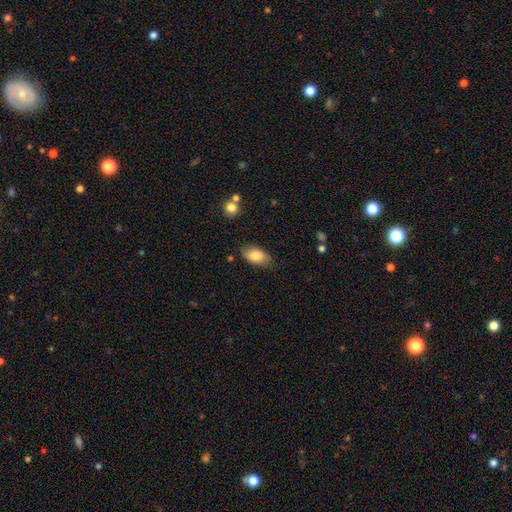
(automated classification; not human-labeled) smooth_or_featured: smooth (p=0.81) [alt: featured or disk p=0.12]
how_rounded: in between (p=0.92) [alt: round p=0.05]
merging: none (p=0.76) [alt: minor disturbance p=0.19]